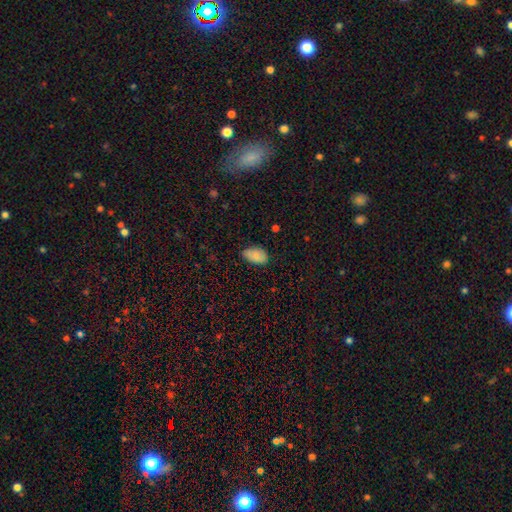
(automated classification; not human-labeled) smooth_or_featured: smooth (p=0.82) [alt: featured or disk p=0.10]
how_rounded: in between (p=0.93) [alt: round p=0.05]
merging: none (p=0.69) [alt: minor disturbance p=0.26]